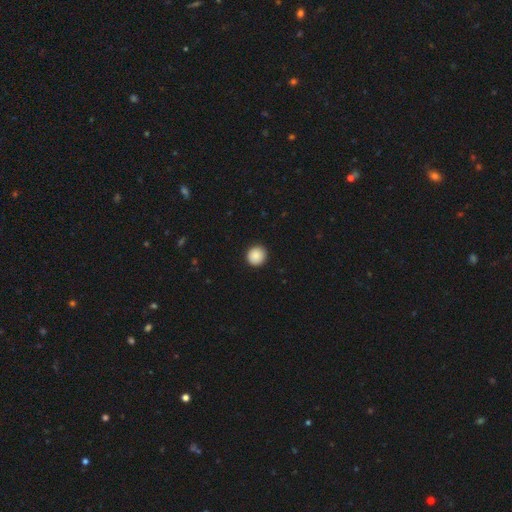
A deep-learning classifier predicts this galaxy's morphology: type=smooth (89%); roundness=round (95%); merging=none (93%).